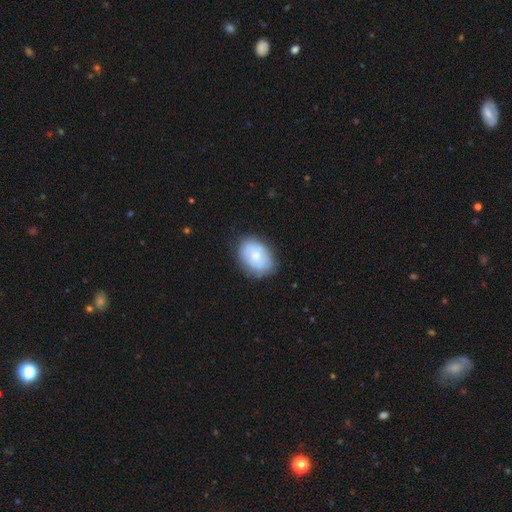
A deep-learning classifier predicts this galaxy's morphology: smooth-or-featured: smooth: 66% | featured or disk: 28% | star or artifact: 7%
  how-rounded: in between: 78% | round: 21% | cigar-shaped: 1%
  merging: none: 76% | minor disturbance: 18% | major disturbance: 5% | merger: 2%